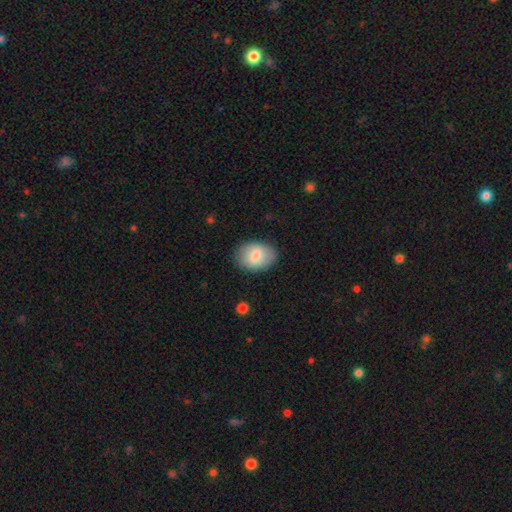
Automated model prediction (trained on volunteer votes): A smooth galaxy with no disk features (77%) that is in between round and cigar-shaped (77%). Merging: none (84%).